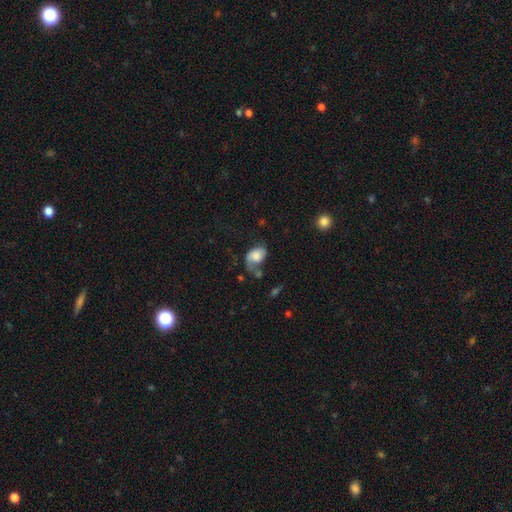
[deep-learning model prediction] smooth_or_featured: smooth (p=0.58) [alt: featured or disk p=0.33]
how_rounded: in between (p=0.76) [alt: round p=0.22]
merging: major disturbance (p=0.32) [alt: none p=0.31]